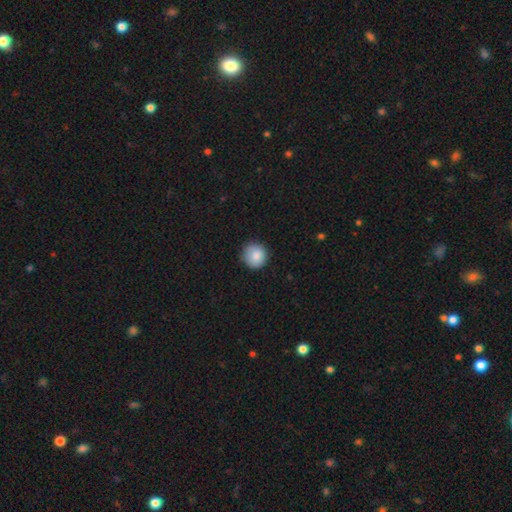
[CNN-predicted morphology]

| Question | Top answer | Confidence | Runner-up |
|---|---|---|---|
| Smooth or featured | smooth | 87% | star or artifact (8%) |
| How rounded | round | 93% | in between (6%) |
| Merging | none | 86% | minor disturbance (11%) |